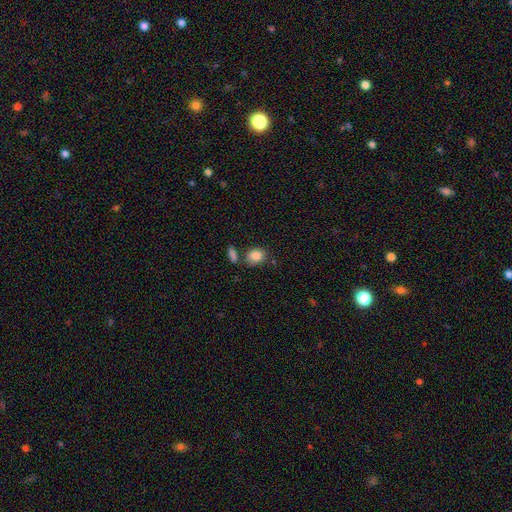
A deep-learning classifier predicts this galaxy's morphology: type=smooth (86%); roundness=in between (53%); merging=none (67%).